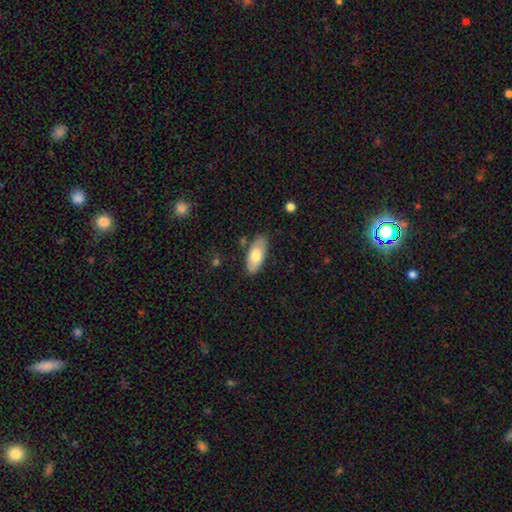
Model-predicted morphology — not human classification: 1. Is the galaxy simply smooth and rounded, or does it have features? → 76% smooth, 18% featured or disk, 6% star or artifact.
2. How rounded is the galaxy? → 87% in between, 11% cigar-shaped, 2% round.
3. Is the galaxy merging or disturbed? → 81% none, 13% minor disturbance, 3% merger, 3% major disturbance.